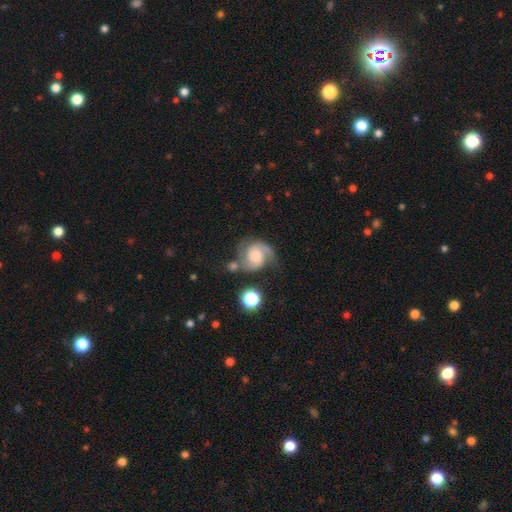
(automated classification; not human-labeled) Overall: featured or disk (81%). Edge-on disk: no (98%). Bar: no (65%; weak 30%). Spiral arms: yes (97%). Spiral arm count: 2 (88%). Spiral winding: medium (51%; tight 30%). Bulge size: moderate (35%; large 24%). Merging: none (55%; minor disturbance 22%).